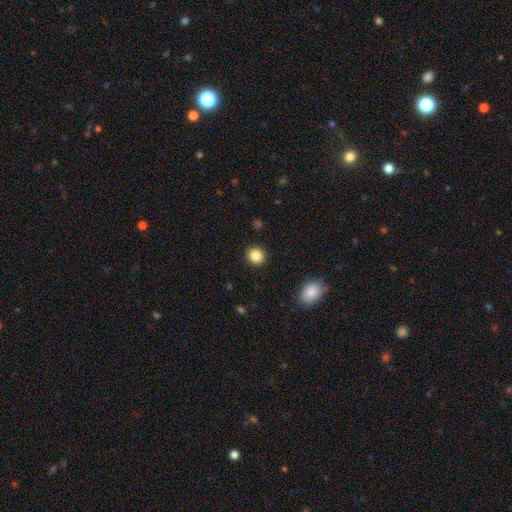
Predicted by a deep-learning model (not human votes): This appears to be a smooth galaxy with no disk features (85%) that is round (90%). Merging: none (92%).